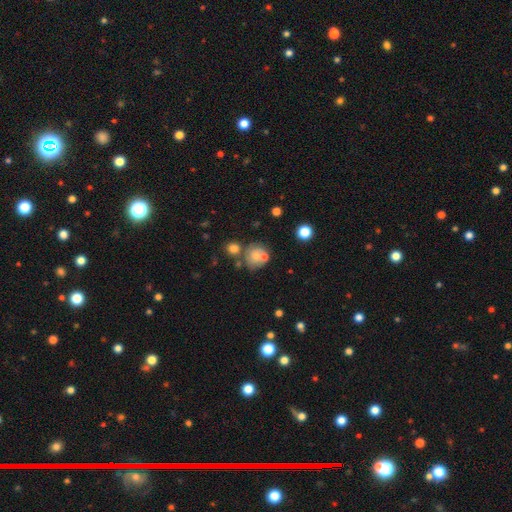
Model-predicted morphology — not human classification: This is possibly a smooth galaxy (58%). How rounded: clearly round (82%). Merging: possibly none (47%).